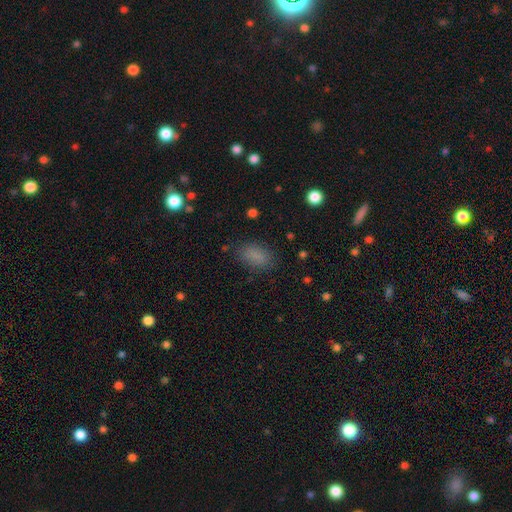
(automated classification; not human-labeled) This is clearly a smooth galaxy (82%). How rounded: clearly in between (88%). Merging: clearly none (81%).